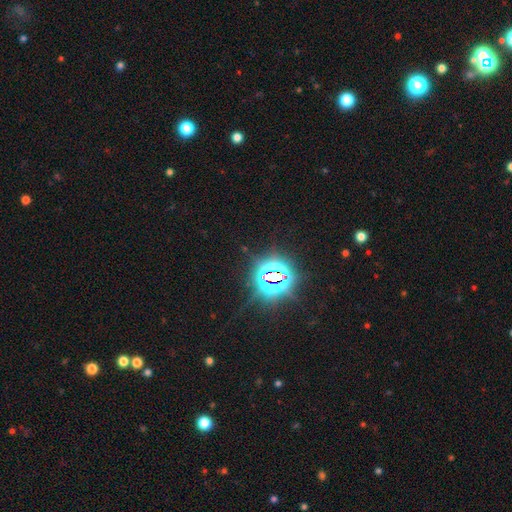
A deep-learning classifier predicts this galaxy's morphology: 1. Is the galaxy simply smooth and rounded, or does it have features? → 82% star or artifact, 11% smooth, 7% featured or disk.